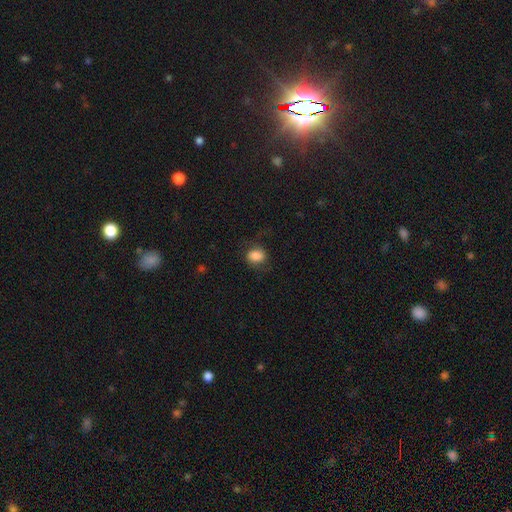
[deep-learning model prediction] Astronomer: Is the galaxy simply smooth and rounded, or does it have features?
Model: smooth — 81%.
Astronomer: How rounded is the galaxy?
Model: in between — 51% (runner-up: round, 48%).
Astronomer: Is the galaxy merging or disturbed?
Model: none — 70%.